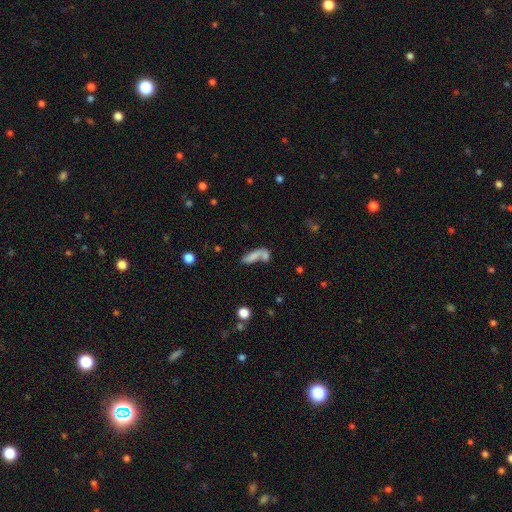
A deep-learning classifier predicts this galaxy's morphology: Q: Smooth or featured?
A: smooth (69%); runner-up: featured or disk (21%)
Q: How rounded?
A: in between (56%); runner-up: cigar-shaped (38%)
Q: Merging?
A: merger (51%); runner-up: none (29%)